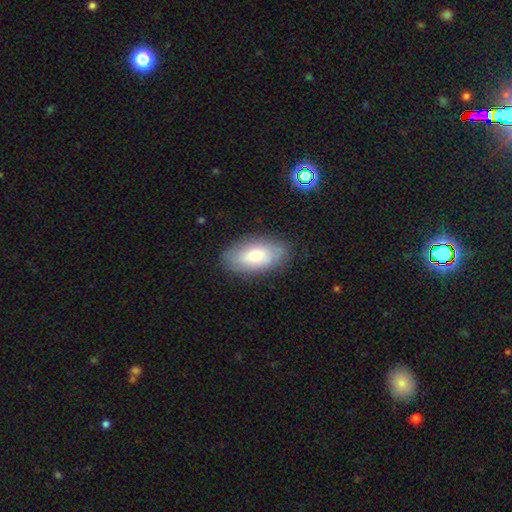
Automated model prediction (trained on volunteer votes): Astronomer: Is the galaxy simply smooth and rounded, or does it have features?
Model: smooth — 67%.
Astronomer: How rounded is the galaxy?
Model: in between — 93%.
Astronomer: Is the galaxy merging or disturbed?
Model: none — 82%.